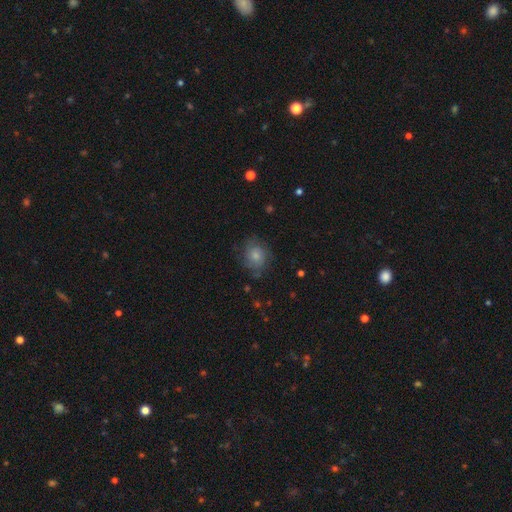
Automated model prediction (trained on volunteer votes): This appears to be a smooth galaxy with no disk features (66%) that is round (69%). Merging: none (68%).